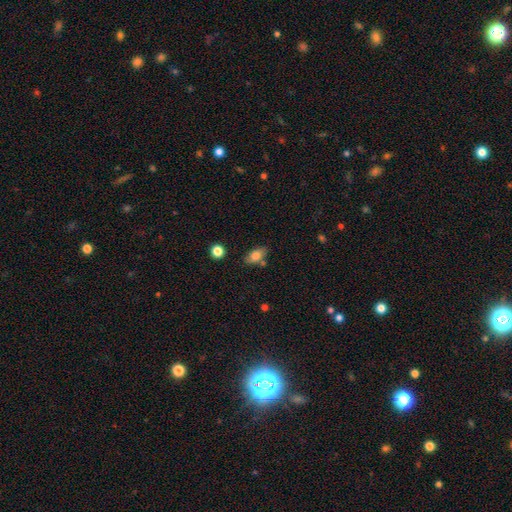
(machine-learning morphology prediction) smooth_or_featured: smooth (p=0.78) [alt: featured or disk p=0.13]
how_rounded: in between (p=0.85) [alt: round p=0.10]
merging: none (p=0.70) [alt: minor disturbance p=0.18]